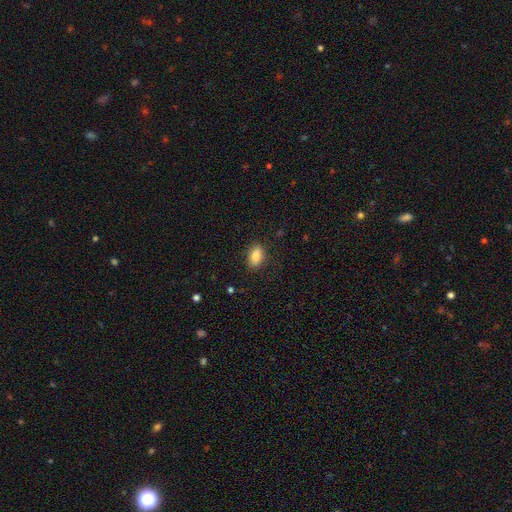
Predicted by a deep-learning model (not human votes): A smooth galaxy with no disk features (86%) that is in between round and cigar-shaped (88%).

Vote fractions:
- Smooth or featured? smooth: 86% / star or artifact: 8% / featured or disk: 6%
- How rounded? in between: 88% / round: 8% / cigar-shaped: 4%
- Merging? none: 86% / minor disturbance: 10% / major disturbance: 3% / merger: 1%